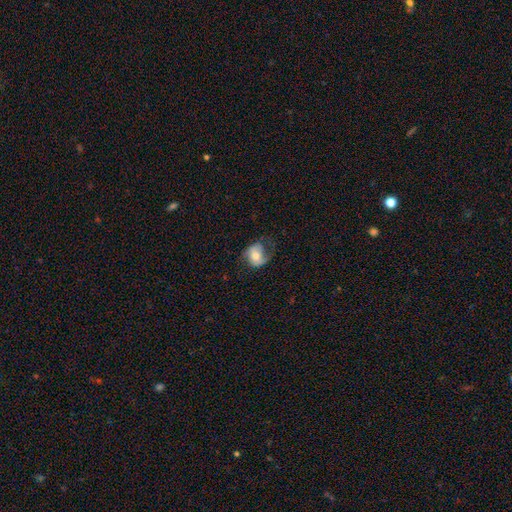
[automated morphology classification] A smooth galaxy with no disk features (46%, tied with featured or disk).

Vote fractions:
- Smooth or featured? smooth: 46% (tied) / featured or disk: 46% (tied) / star or artifact: 8%
- Merging? none: 48% / minor disturbance: 27% / major disturbance: 24% / merger: 1%